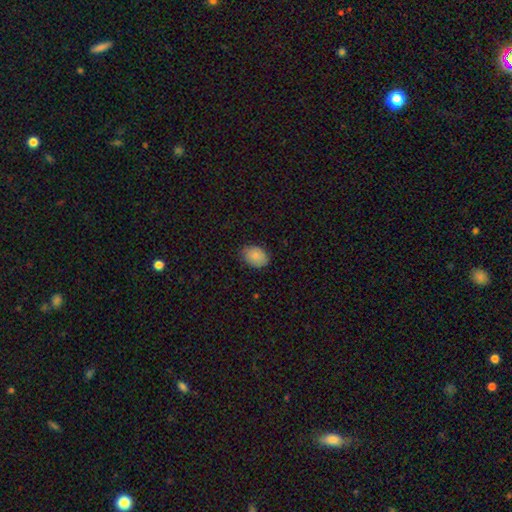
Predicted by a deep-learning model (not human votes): Overall: smooth (87%). How rounded: in between (68%; round 31%). Merging: none (82%).